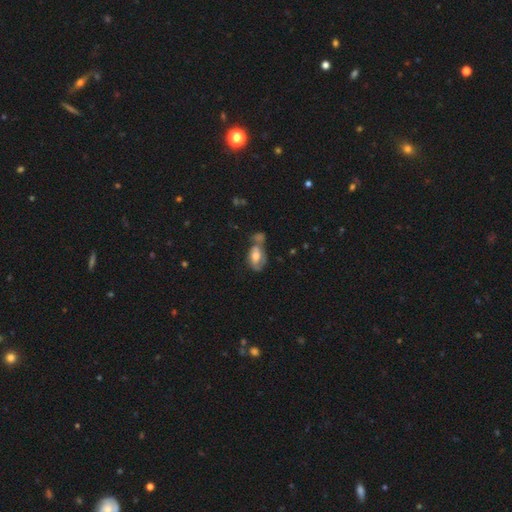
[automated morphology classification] A smooth galaxy with no disk features (51%) that is in between round and cigar-shaped (89%).

Vote fractions:
- Smooth or featured? smooth: 51% / featured or disk: 41% / star or artifact: 8%
- How rounded? in between: 89% / round: 8% / cigar-shaped: 3%
- Merging? merger: 39% / none: 29% / minor disturbance: 18% / major disturbance: 14%